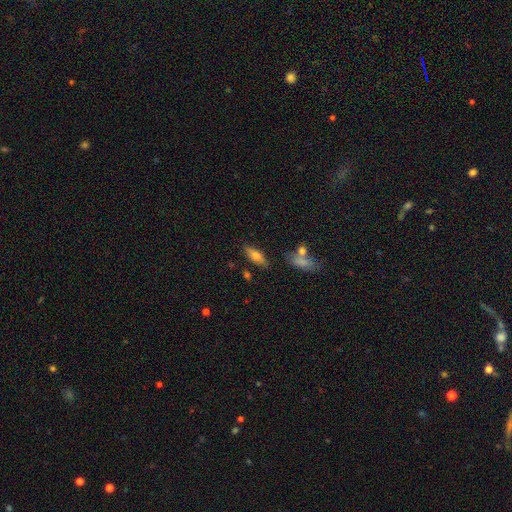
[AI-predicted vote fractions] Smooth or featured? Predicted: smooth (p=0.67). How rounded? Predicted: in between (p=0.65). Merging? Predicted: none (p=0.77).